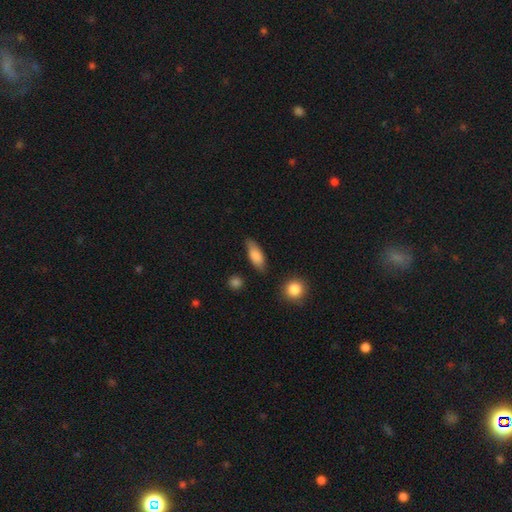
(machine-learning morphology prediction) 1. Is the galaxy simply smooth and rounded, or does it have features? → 81% smooth, 12% featured or disk, 7% star or artifact.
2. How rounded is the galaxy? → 73% in between, 24% cigar-shaped, 4% round.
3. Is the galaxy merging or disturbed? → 78% none, 16% minor disturbance, 3% major disturbance, 3% merger.